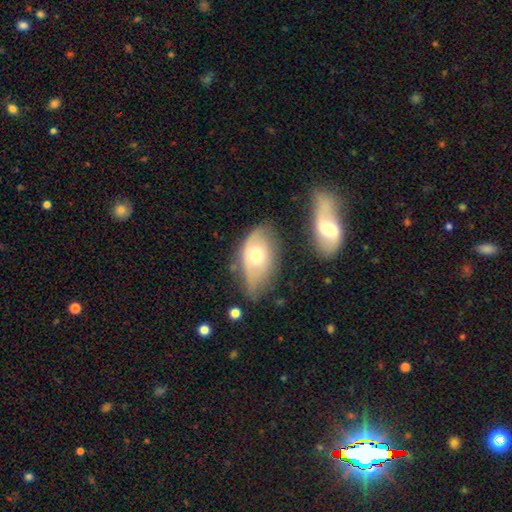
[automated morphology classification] type=smooth (49%); merging=none (44%).